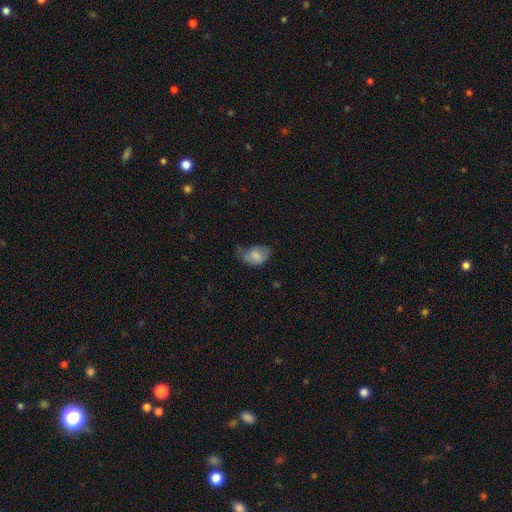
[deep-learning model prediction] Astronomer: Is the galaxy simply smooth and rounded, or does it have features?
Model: smooth — 70%.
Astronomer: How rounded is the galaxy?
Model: in between — 81%.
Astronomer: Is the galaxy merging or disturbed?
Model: minor disturbance — 39% (runner-up: major disturbance, 31%).